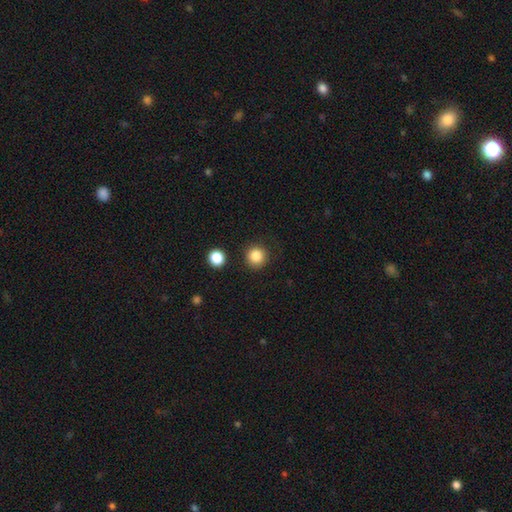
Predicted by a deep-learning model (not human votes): Morphology: type=smooth (85%); roundness=round (94%); merging=none (89%).